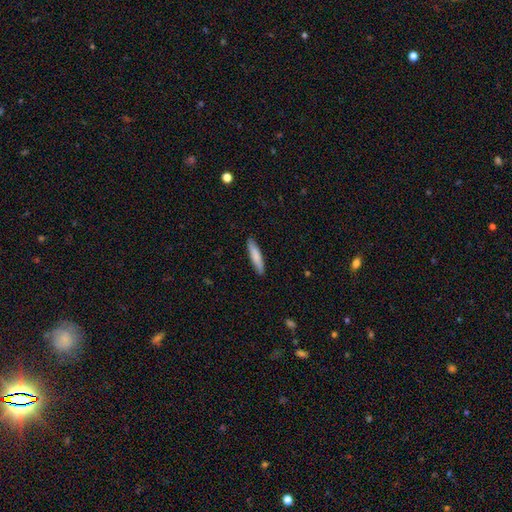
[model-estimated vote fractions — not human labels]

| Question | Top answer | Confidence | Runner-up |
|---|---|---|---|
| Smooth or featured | smooth | 80% | featured or disk (14%) |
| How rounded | cigar-shaped | 86% | in between (12%) |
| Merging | none | 89% | minor disturbance (8%) |